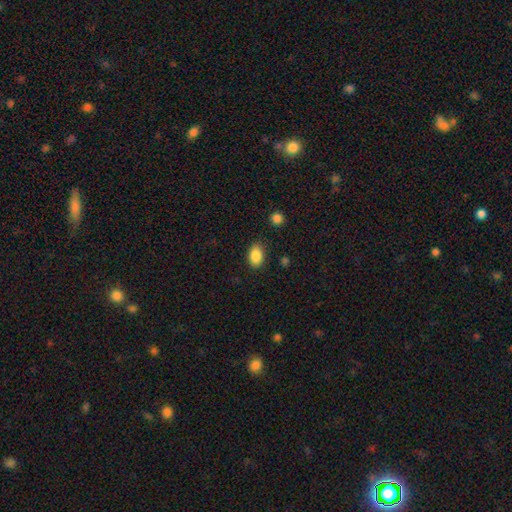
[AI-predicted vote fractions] Smooth or featured? smooth (86%)
How rounded? in between (88%)
Merging? none (85%)